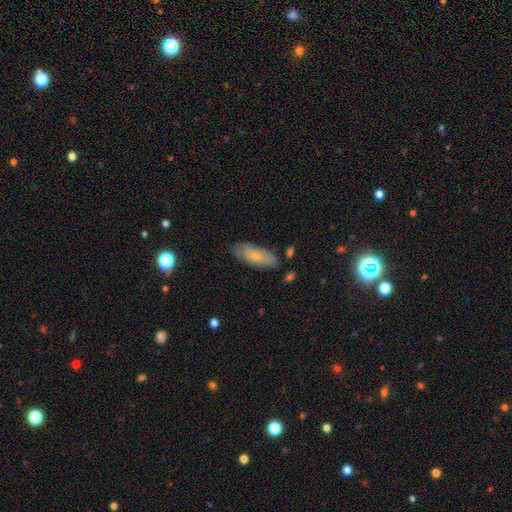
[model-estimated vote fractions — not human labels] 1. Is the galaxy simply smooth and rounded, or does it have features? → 67% smooth, 26% featured or disk, 7% star or artifact.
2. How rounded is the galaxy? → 78% in between, 20% cigar-shaped, 2% round.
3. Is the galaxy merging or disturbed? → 72% none, 21% minor disturbance, 4% major disturbance, 3% merger.